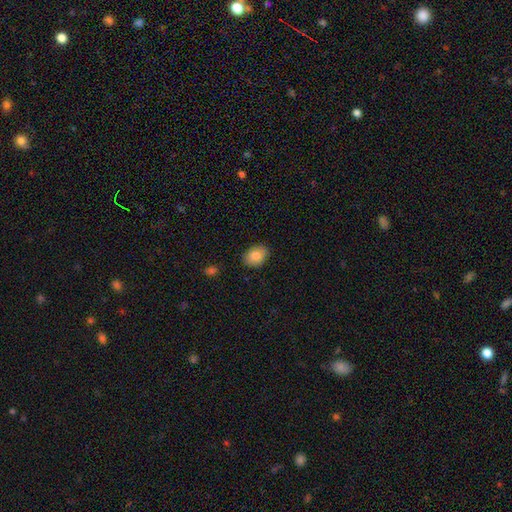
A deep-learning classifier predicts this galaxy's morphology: Smooth or featured? Predicted: smooth (p=0.84). How rounded? Predicted: in between (p=0.68). Merging? Predicted: none (p=0.86).